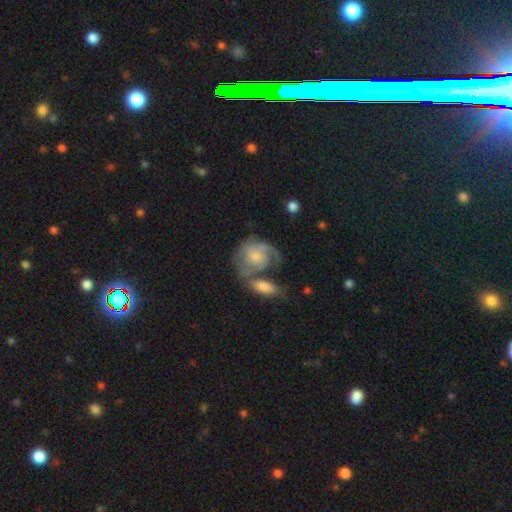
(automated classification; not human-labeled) A featured or disk galaxy (69%) with no bar (68%), 2 (33%) tight (45%) spiral arms (89%) and a moderate central bulge (38%). Merging: none (35%).